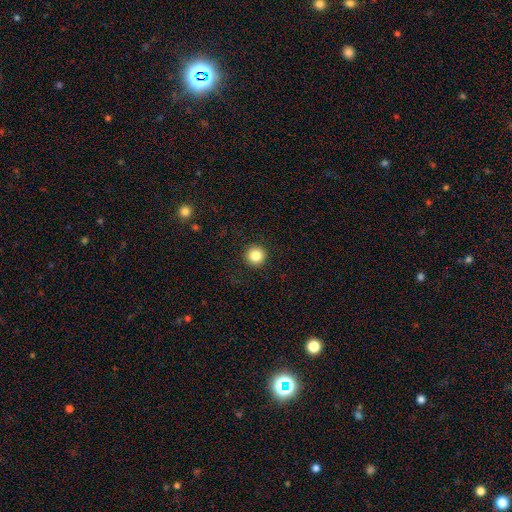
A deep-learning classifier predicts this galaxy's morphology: type=smooth (84%); roundness=round (96%); merging=none (93%).